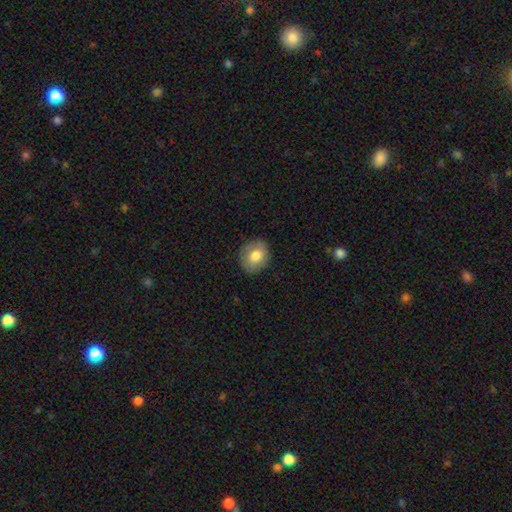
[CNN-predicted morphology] Q: Smooth or featured?
A: smooth (77%); runner-up: featured or disk (16%)
Q: How rounded?
A: round (60%); runner-up: in between (39%)
Q: Merging?
A: none (86%); runner-up: minor disturbance (11%)